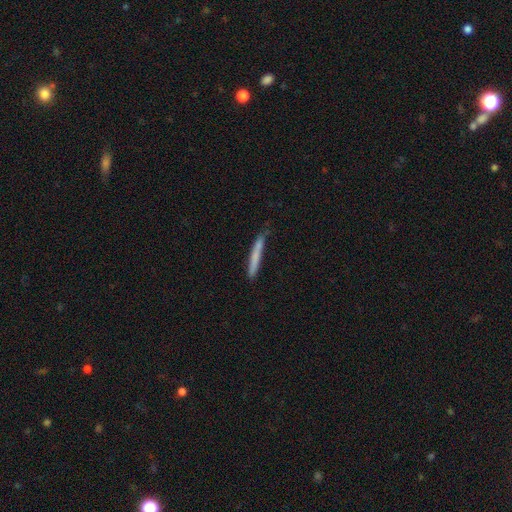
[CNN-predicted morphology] Smooth or featured: smooth — 71% (featured or disk — 22%)
How rounded: cigar-shaped — 96% (in between — 2%)
Merging: none — 77% (minor disturbance — 19%)